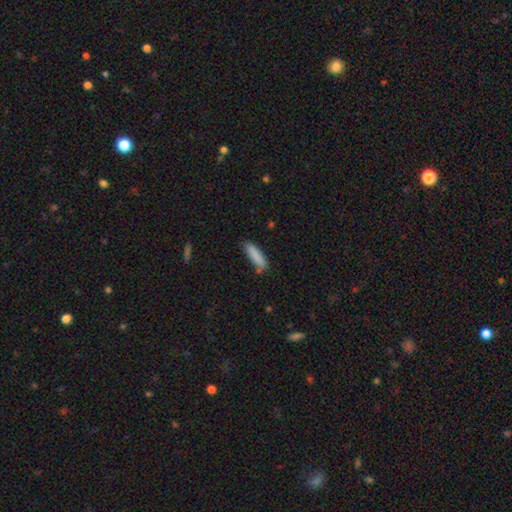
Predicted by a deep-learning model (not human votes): Smooth or featured? smooth (87%)
How rounded? cigar-shaped (67%)
Merging? none (75%)